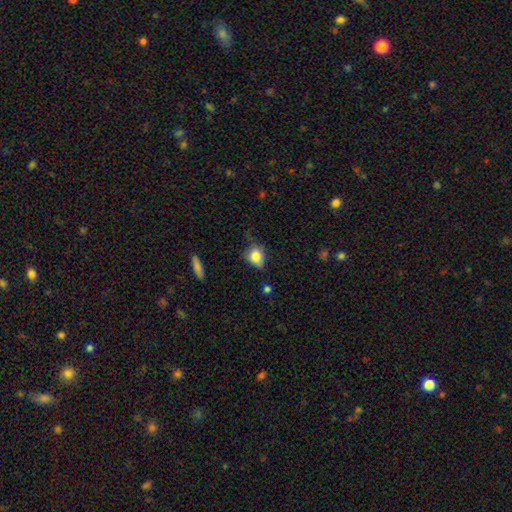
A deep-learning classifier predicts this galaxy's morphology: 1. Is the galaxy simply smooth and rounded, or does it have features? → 79% smooth, 12% featured or disk, 9% star or artifact.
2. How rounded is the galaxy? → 53% round, 45% in between, 2% cigar-shaped.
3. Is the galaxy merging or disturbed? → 50% none, 36% minor disturbance, 11% major disturbance, 3% merger.